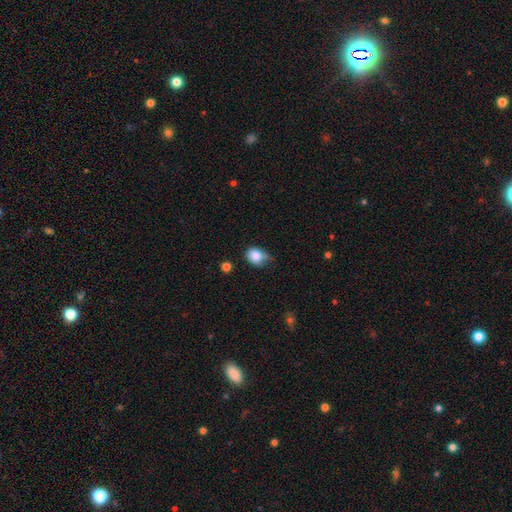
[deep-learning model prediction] Morphology: type=smooth (83%); roundness=in between (54%); merging=none (48%).